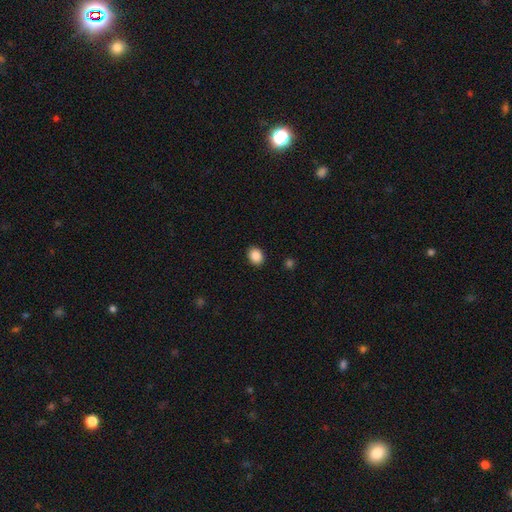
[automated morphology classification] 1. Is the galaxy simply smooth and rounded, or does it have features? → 87% smooth, 9% star or artifact, 4% featured or disk.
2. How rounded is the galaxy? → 50% in between, 49% round, 1% cigar-shaped.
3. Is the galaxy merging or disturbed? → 91% none, 6% minor disturbance, 2% major disturbance, 1% merger.